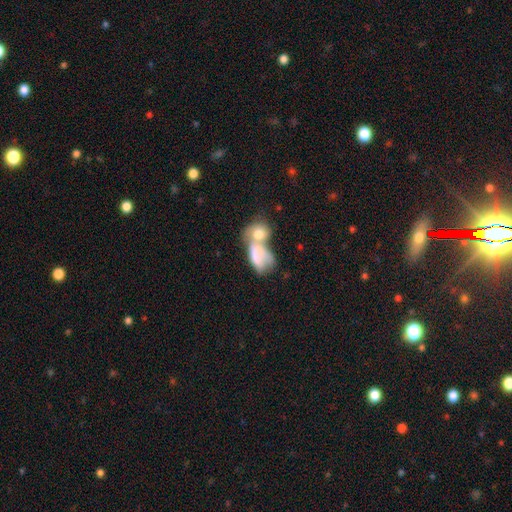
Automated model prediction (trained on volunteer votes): A smooth galaxy with no disk features (60%) that is in between round and cigar-shaped (80%).

Vote fractions:
- Smooth or featured? smooth: 60% / featured or disk: 32% / star or artifact: 8%
- How rounded? in between: 80% / round: 17% / cigar-shaped: 3%
- Merging? merger: 72% / major disturbance: 11% / none: 10% / minor disturbance: 7%